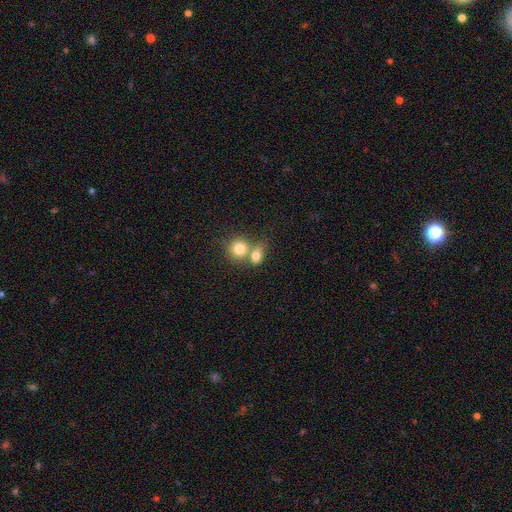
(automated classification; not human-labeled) Smooth or featured? Predicted: smooth (p=0.78). How rounded? Predicted: in between (p=0.49, tied with round). Merging? Predicted: merger (p=0.56).